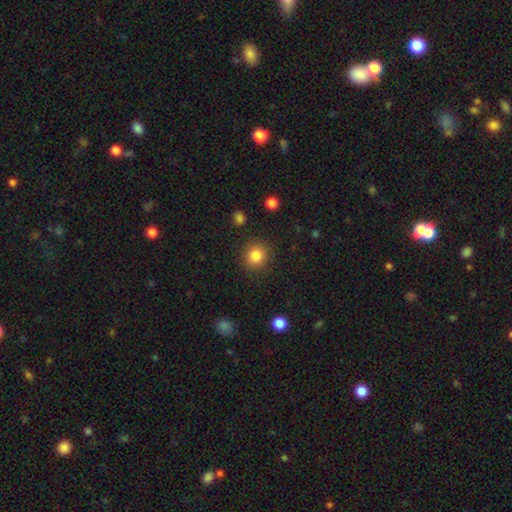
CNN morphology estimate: smooth 84%, star or artifact 11%, featured or disk 6%. Down the decision tree: how rounded — round (87%); merging — none (89%).